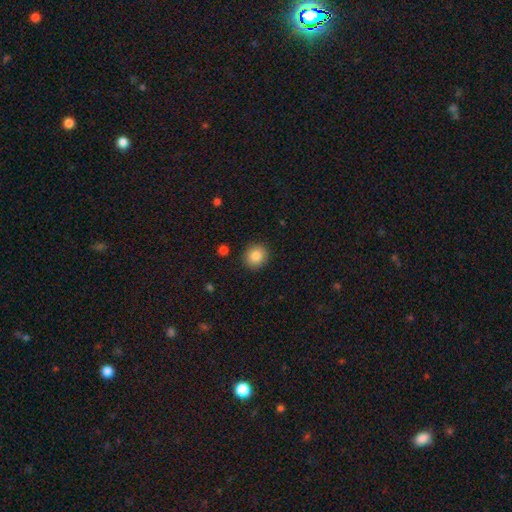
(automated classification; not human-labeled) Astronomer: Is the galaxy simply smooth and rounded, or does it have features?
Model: smooth — 86%.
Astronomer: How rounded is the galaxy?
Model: round — 83%.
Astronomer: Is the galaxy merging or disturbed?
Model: none — 90%.